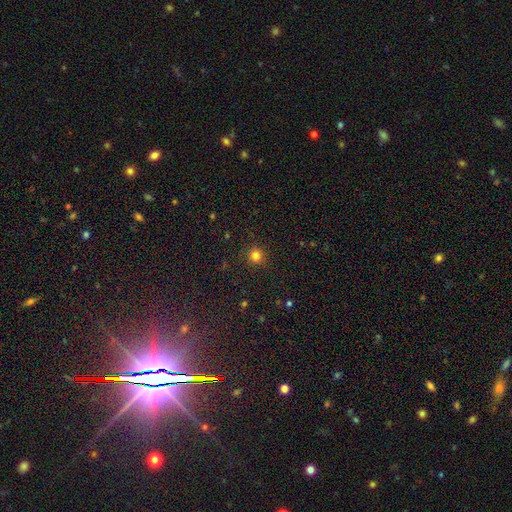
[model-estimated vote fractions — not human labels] Smooth or featured?
  - smooth: 81% *
  - star or artifact: 15%
  - featured or disk: 4%
How rounded?
  - round: 93% *
  - in between: 6%
  - cigar-shaped: 1%
Merging?
  - none: 90% *
  - minor disturbance: 6%
  - major disturbance: 2%
  - merger: 1%